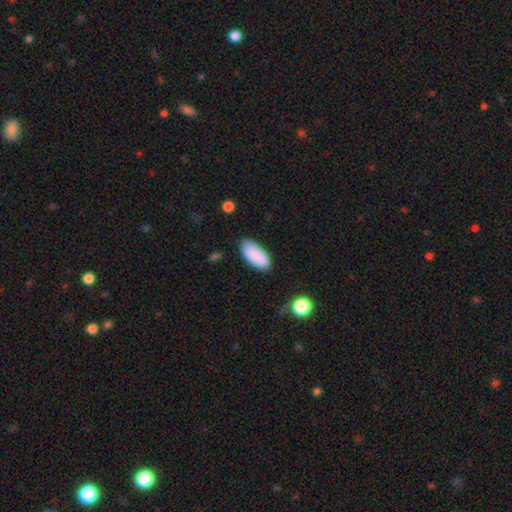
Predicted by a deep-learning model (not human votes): The model was most divided on "merging": none: 78%, minor disturbance: 16%, major disturbance: 3%, merger: 2%. More confident: how rounded — in between (89%); smooth or featured — smooth (88%).